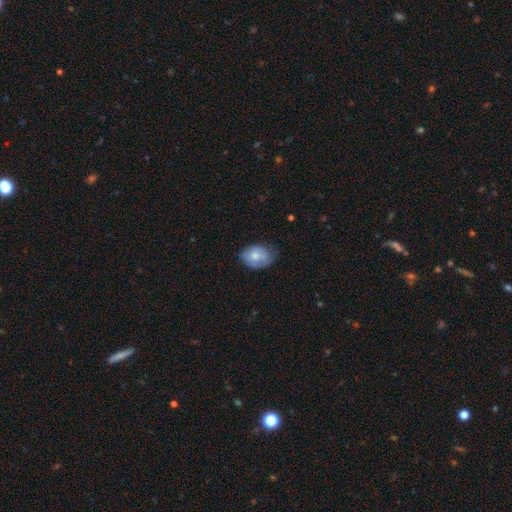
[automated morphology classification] Smooth or featured? Predicted: smooth (p=0.70). How rounded? Predicted: in between (p=0.74). Merging? Predicted: none (p=0.55).